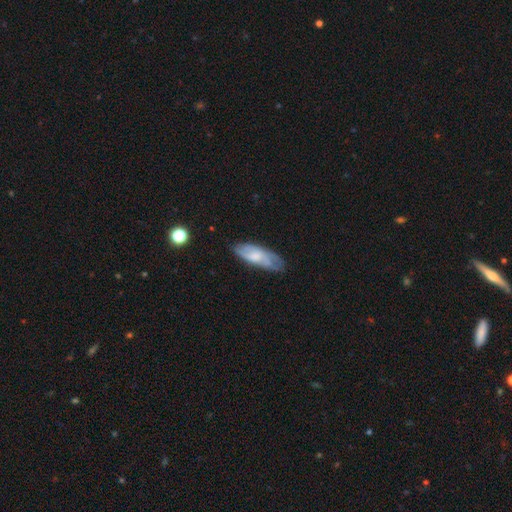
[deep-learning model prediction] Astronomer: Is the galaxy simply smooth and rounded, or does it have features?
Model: smooth — 48% (runner-up: featured or disk, 45%).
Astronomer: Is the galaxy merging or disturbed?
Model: none — 65%.